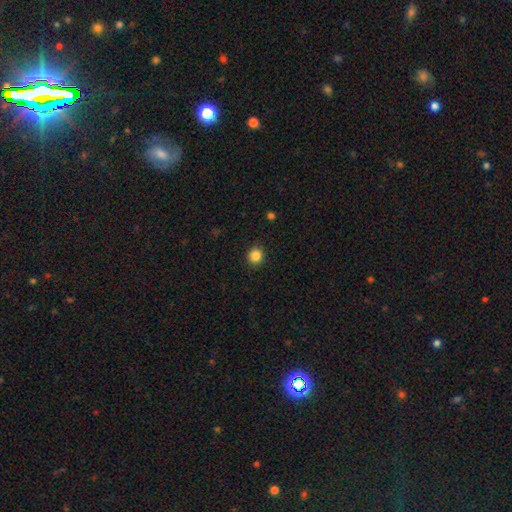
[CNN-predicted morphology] This appears to be a smooth galaxy with no disk features (85%) that is round (84%). Merging: none (90%).